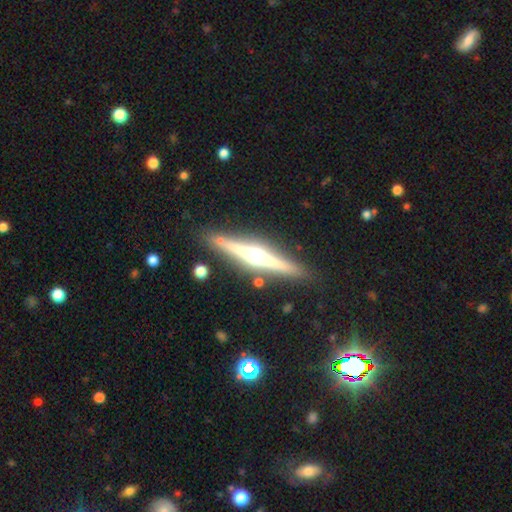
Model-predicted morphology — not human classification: Smooth or featured?
  - featured or disk: 79% *
  - smooth: 16%
  - star or artifact: 6%
Edge-on disk?
  - yes: 98% *
  - no: 2%
Edge-on bulge?
  - rounded: 91% *
  - boxy: 5%
  - none: 4%
Merging?
  - none: 88% *
  - minor disturbance: 8%
  - merger: 2%
  - major disturbance: 2%